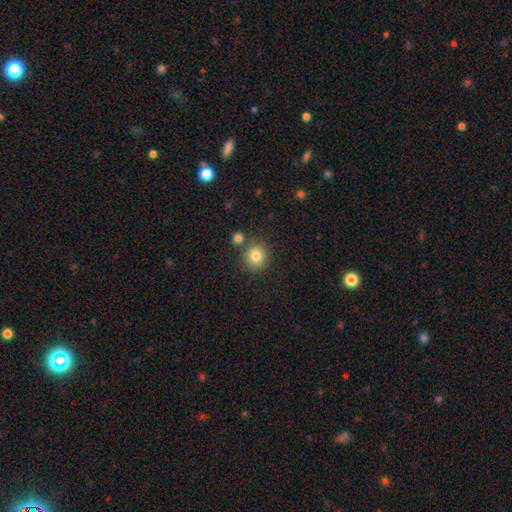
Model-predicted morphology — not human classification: Smooth or featured? Predicted: smooth (p=0.83). How rounded? Predicted: round (p=0.84). Merging? Predicted: none (p=0.76).